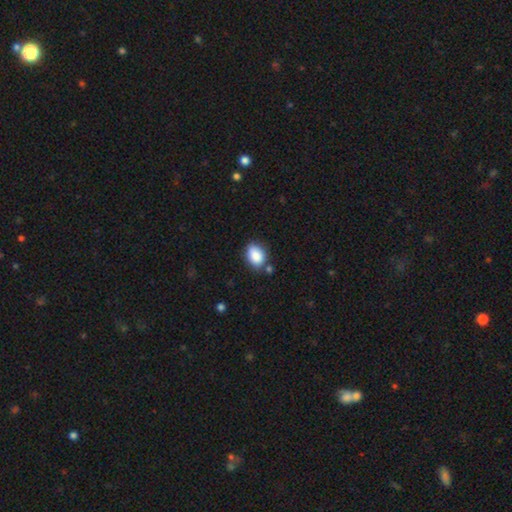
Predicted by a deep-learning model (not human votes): Morphology: type=smooth (87%); roundness=in between (73%); merging=none (74%).